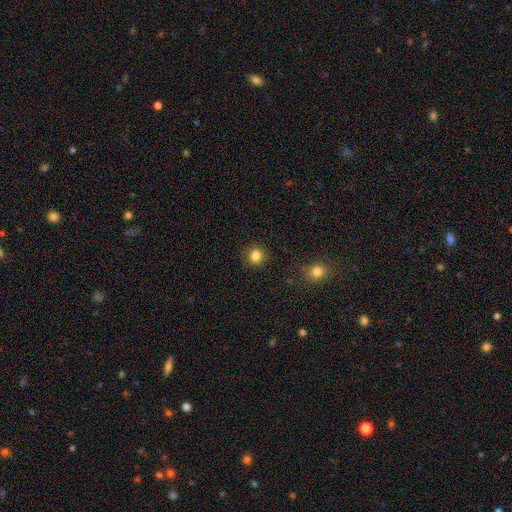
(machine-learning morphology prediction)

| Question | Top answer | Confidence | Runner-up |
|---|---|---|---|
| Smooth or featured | smooth | 84% | star or artifact (12%) |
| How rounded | round | 85% | in between (14%) |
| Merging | none | 89% | minor disturbance (7%) |